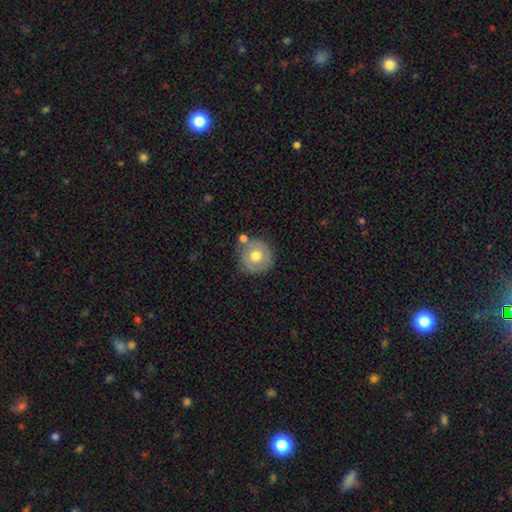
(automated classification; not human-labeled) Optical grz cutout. It shows a smooth galaxy with no disk features (59%) that is round (91%). Merging: none (67%).